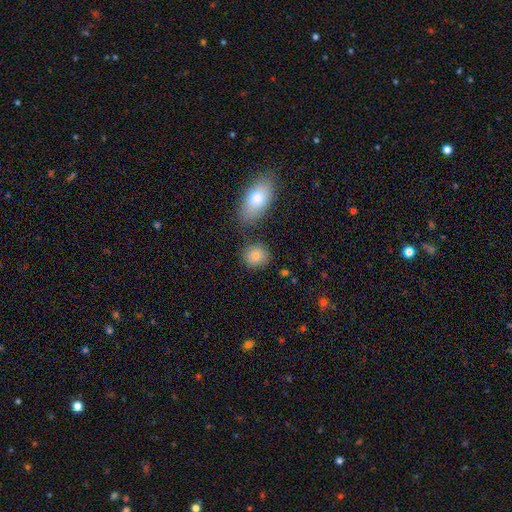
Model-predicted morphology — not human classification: type=smooth (86%); roundness=round (78%); merging=none (75%).